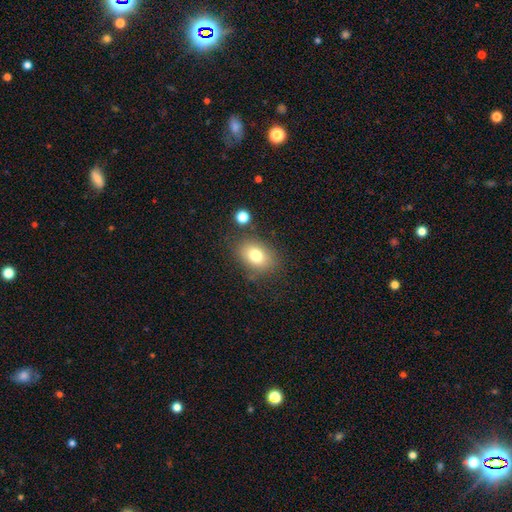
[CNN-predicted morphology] Q: Smooth or featured?
A: smooth (77%); runner-up: featured or disk (12%)
Q: How rounded?
A: in between (75%); runner-up: round (24%)
Q: Merging?
A: none (76%); runner-up: minor disturbance (14%)